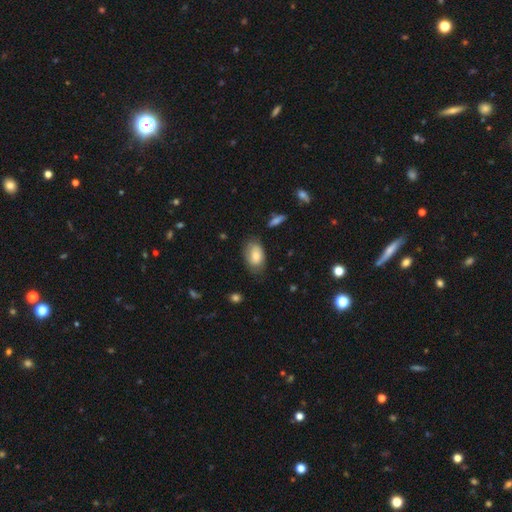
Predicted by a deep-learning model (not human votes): Smooth or featured?
  - smooth: 73% *
  - featured or disk: 20%
  - star or artifact: 7%
How rounded?
  - in between: 91% *
  - round: 8%
  - cigar-shaped: 2%
Merging?
  - none: 69% *
  - minor disturbance: 23%
  - major disturbance: 6%
  - merger: 2%